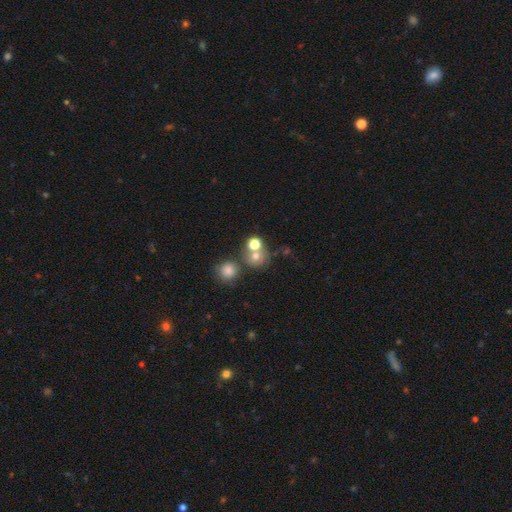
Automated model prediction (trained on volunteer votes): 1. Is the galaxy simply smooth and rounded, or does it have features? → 68% smooth, 19% star or artifact, 13% featured or disk.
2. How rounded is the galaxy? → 80% round, 19% in between, 1% cigar-shaped.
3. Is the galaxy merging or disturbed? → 49% none, 36% merger, 9% minor disturbance, 5% major disturbance.